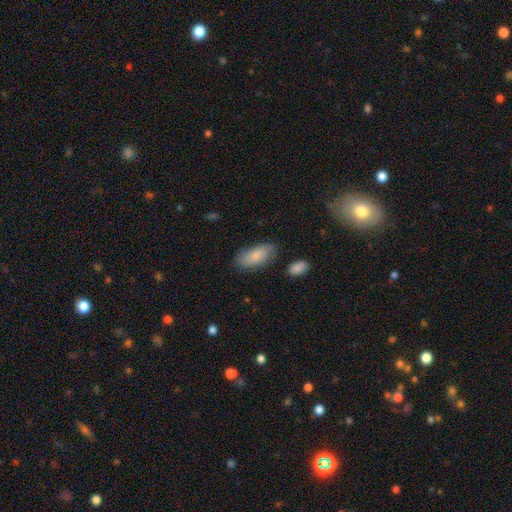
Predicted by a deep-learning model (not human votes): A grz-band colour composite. It shows a smooth galaxy with no disk features (81%) that is in between round and cigar-shaped (89%). Merging: none (76%).